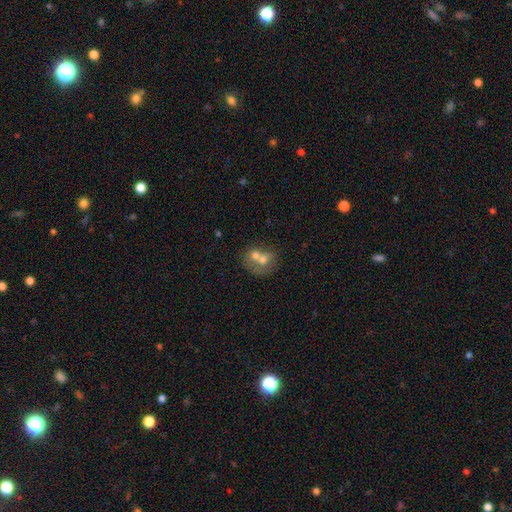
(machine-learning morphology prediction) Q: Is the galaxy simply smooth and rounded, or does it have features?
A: smooth — 50%.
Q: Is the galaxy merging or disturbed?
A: merger — 62%.